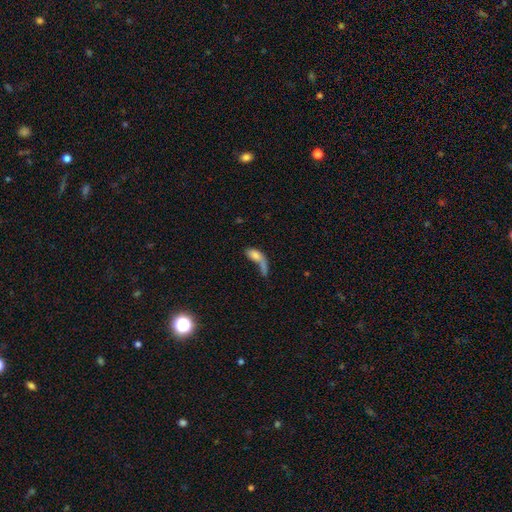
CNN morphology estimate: type=smooth (64%); roundness=in between (72%); merging=major disturbance (35%).